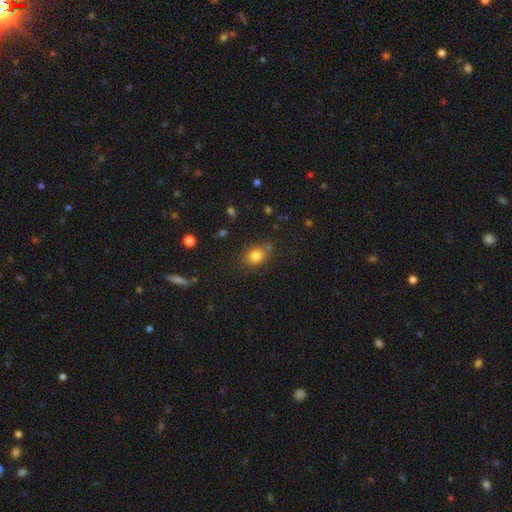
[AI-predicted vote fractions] Q: Smooth or featured?
A: smooth (81%); runner-up: star or artifact (12%)
Q: How rounded?
A: round (55%); runner-up: in between (43%)
Q: Merging?
A: none (75%); runner-up: minor disturbance (14%)